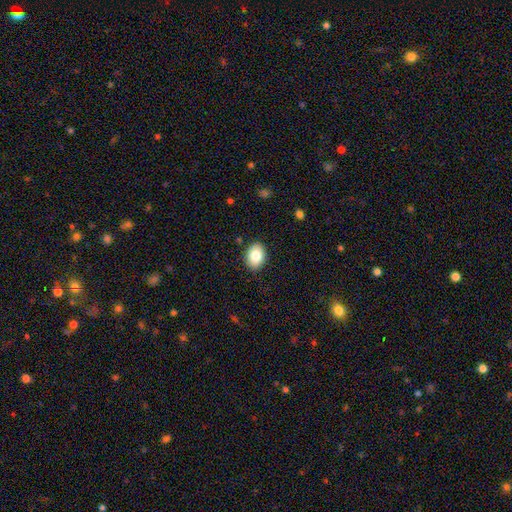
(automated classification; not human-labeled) A smooth galaxy with no disk features (83%) that is in between round and cigar-shaped (76%). Merging: none (88%).